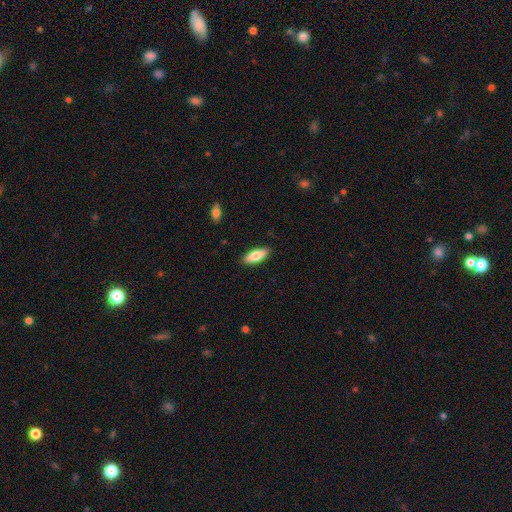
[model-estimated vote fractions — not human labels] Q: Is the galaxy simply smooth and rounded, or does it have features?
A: smooth — 78%.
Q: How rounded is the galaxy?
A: in between — 72%.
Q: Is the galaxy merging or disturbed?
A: none — 88%.